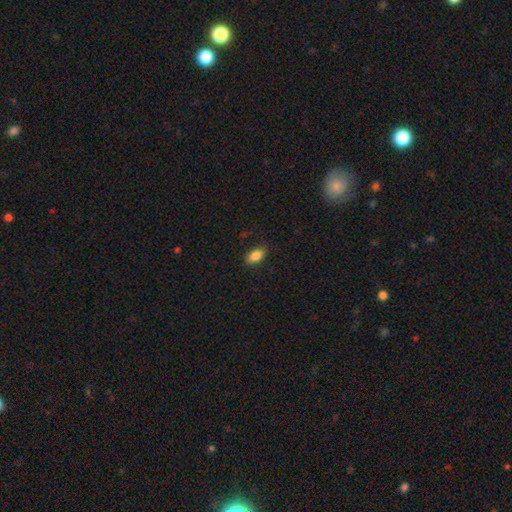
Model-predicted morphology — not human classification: Smooth or featured?
  - smooth: 85% *
  - star or artifact: 8%
  - featured or disk: 7%
How rounded?
  - in between: 88% *
  - round: 7%
  - cigar-shaped: 5%
Merging?
  - none: 81% *
  - minor disturbance: 14%
  - major disturbance: 3%
  - merger: 1%